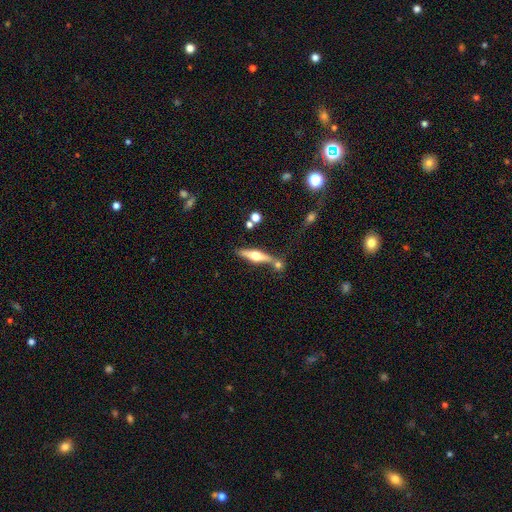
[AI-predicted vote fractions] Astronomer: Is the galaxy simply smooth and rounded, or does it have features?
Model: featured or disk — 66%.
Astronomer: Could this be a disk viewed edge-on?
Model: yes — 95%.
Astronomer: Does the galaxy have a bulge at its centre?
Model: rounded — 95%.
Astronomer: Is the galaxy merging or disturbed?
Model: none — 69%.